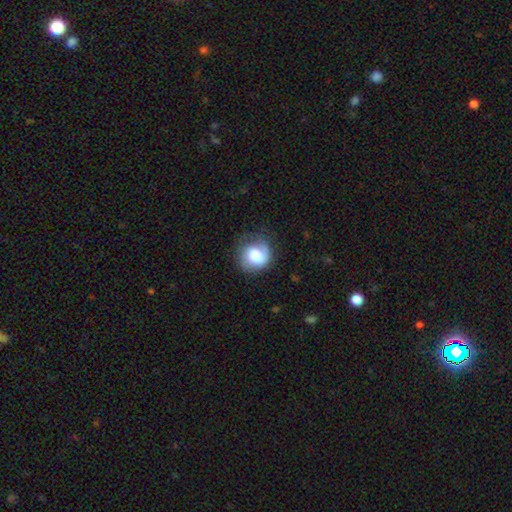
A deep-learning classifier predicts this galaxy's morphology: Smooth or featured? Predicted: smooth (p=0.70). How rounded? Predicted: round (p=0.81). Merging? Predicted: none (p=0.57).